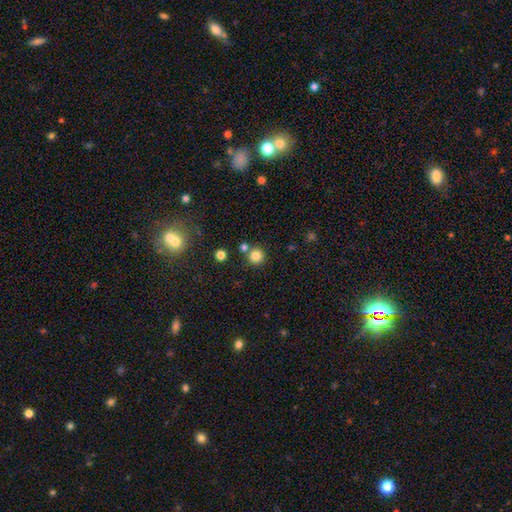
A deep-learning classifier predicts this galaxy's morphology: Smooth or featured? smooth (83%)
How rounded? round (94%)
Merging? none (78%)